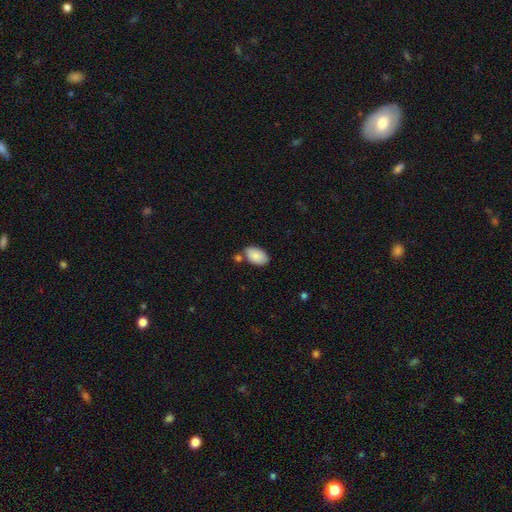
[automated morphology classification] Smooth or featured: smooth — 86% (featured or disk — 8%)
How rounded: in between — 94% (round — 5%)
Merging: none — 67% (minor disturbance — 18%)